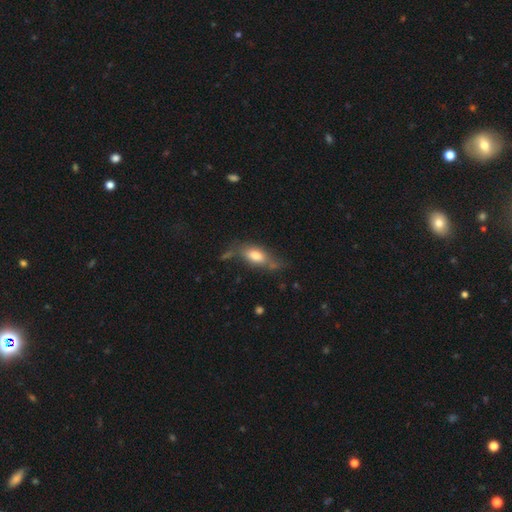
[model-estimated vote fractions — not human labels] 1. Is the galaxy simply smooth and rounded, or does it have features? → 66% smooth, 26% featured or disk, 8% star or artifact.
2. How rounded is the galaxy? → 77% in between, 18% cigar-shaped, 5% round.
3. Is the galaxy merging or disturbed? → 54% none, 26% minor disturbance, 12% major disturbance, 7% merger.